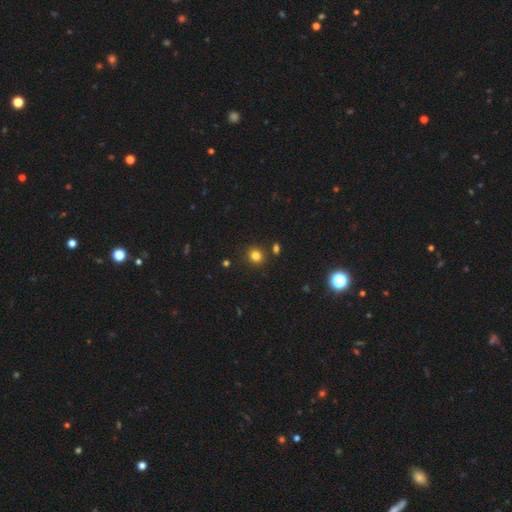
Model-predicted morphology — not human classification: Q: Smooth or featured?
A: smooth (80%); runner-up: star or artifact (14%)
Q: How rounded?
A: round (77%); runner-up: in between (22%)
Q: Merging?
A: none (85%); runner-up: minor disturbance (8%)